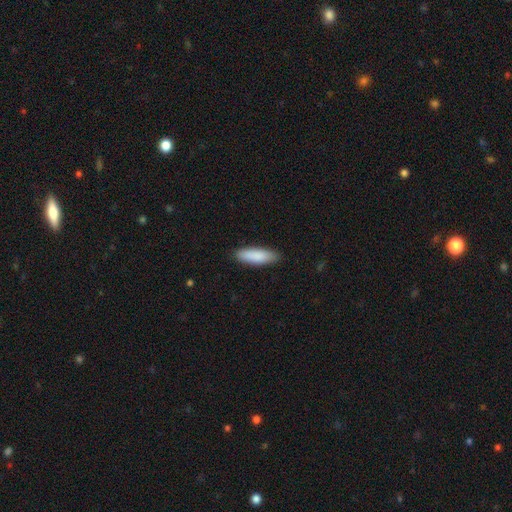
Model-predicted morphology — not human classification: Smooth or featured: smooth — 88% (featured or disk — 7%)
How rounded: cigar-shaped — 51% (in between — 47%)
Merging: none — 88% (minor disturbance — 9%)